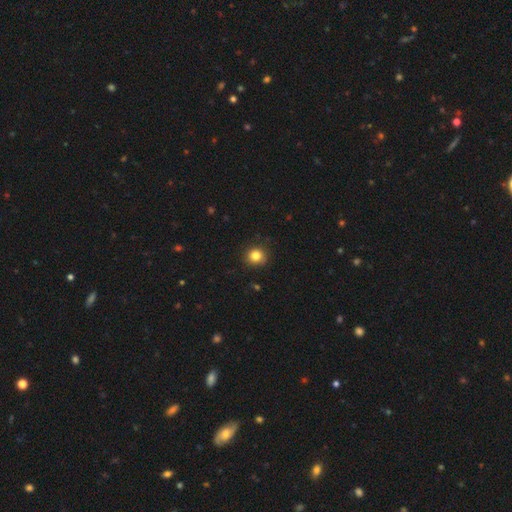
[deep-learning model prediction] A smooth galaxy with no disk features (83%) that is round (88%). Merging: none (88%).